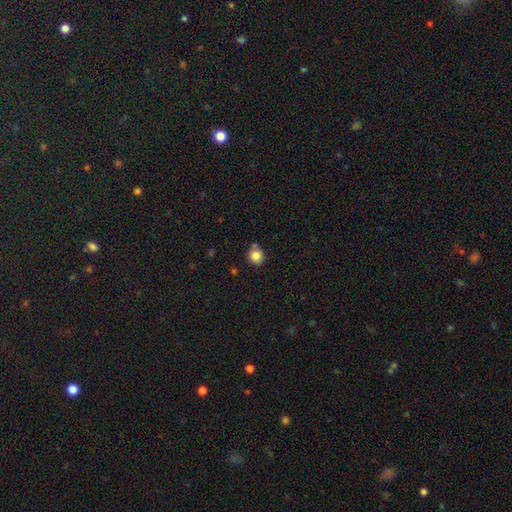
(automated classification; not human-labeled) Smooth or featured?
  - smooth: 84% *
  - star or artifact: 10%
  - featured or disk: 6%
How rounded?
  - round: 85% *
  - in between: 15%
  - cigar-shaped: 1%
Merging?
  - none: 73% *
  - minor disturbance: 13%
  - merger: 11%
  - major disturbance: 3%